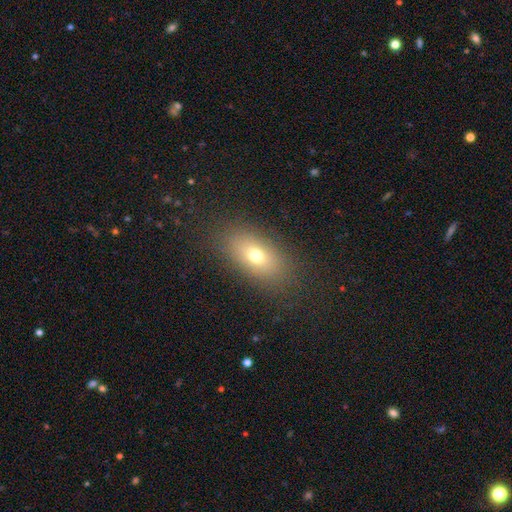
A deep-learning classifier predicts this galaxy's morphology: A smooth galaxy with no disk features (70%) that is in between round and cigar-shaped (84%). Merging: none (85%).